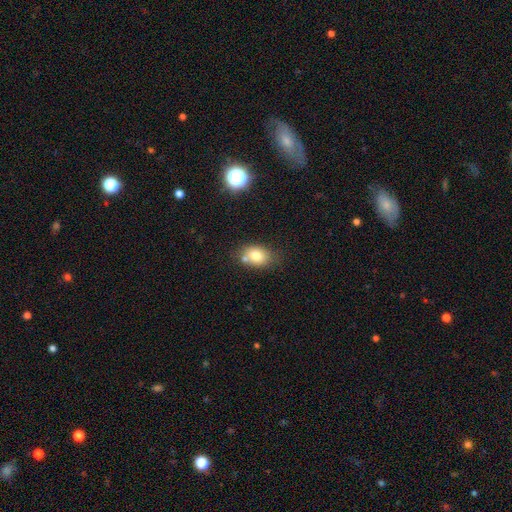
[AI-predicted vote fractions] Smooth or featured? Predicted: smooth (p=0.77). How rounded? Predicted: in between (p=0.73). Merging? Predicted: none (p=0.61).